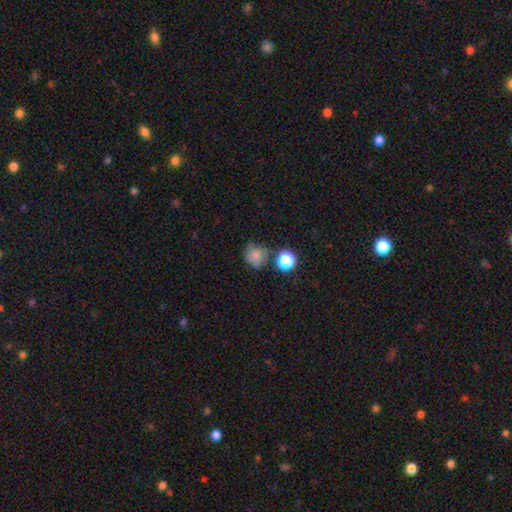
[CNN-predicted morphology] The model was most divided on "merging": none: 52%, minor disturbance: 24%, major disturbance: 13%, merger: 12%. More confident: how rounded — round (75%); smooth or featured — smooth (68%).